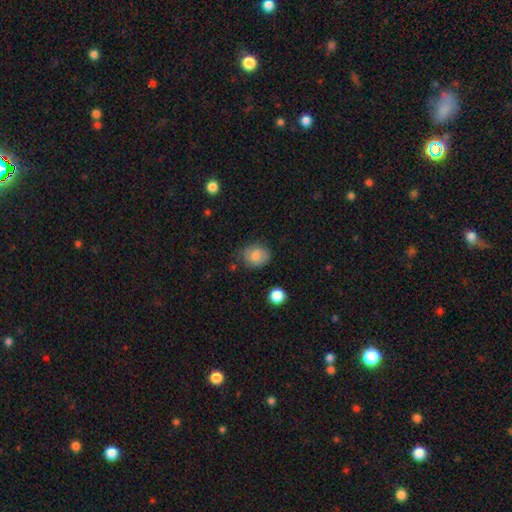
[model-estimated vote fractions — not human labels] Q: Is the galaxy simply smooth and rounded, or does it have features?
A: smooth — 72%.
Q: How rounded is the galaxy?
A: round — 68%.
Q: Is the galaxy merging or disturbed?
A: none — 72%.